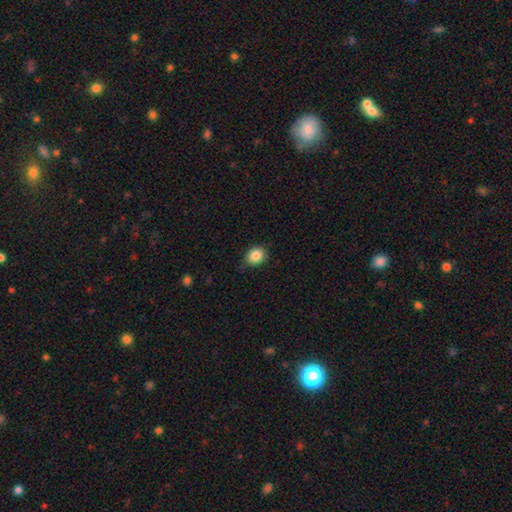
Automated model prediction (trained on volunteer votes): Smooth or featured? Predicted: smooth (p=0.85). How rounded? Predicted: round (p=0.59). Merging? Predicted: none (p=0.77).